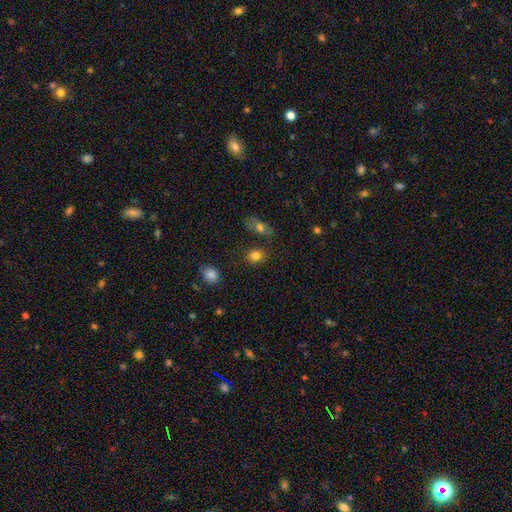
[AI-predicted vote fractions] A smooth galaxy with no disk features (82%) that is round (56%).

Vote fractions:
- Smooth or featured? smooth: 82% / star or artifact: 11% / featured or disk: 7%
- How rounded? round: 56% / in between: 42% / cigar-shaped: 2%
- Merging? none: 78% / minor disturbance: 11% / merger: 7% / major disturbance: 3%